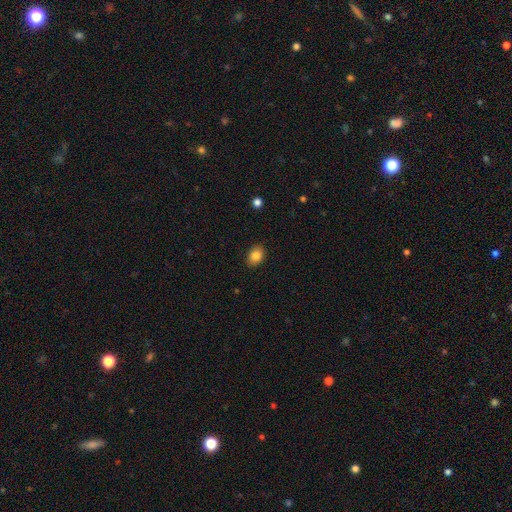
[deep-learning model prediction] A smooth galaxy with no disk features (84%) that is in between round and cigar-shaped (70%). Merging: none (89%).